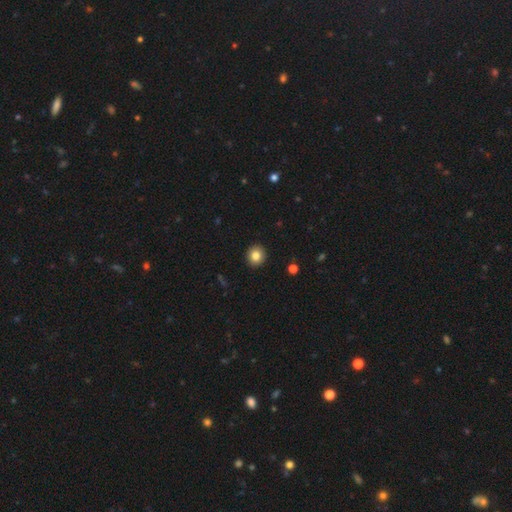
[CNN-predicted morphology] Overall: smooth (83%). How rounded: round (89%). Merging: none (93%).